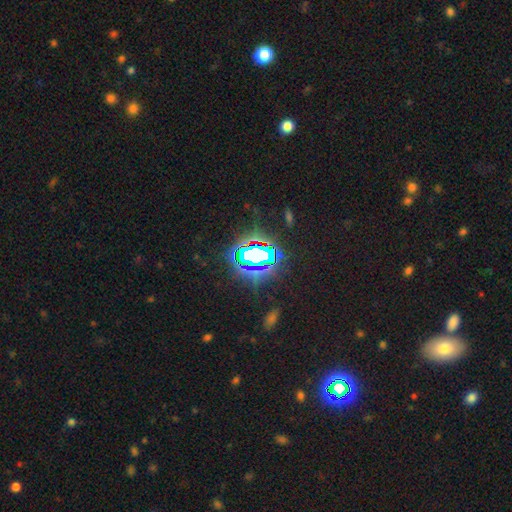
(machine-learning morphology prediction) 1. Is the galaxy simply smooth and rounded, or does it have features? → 73% star or artifact, 15% smooth, 12% featured or disk.